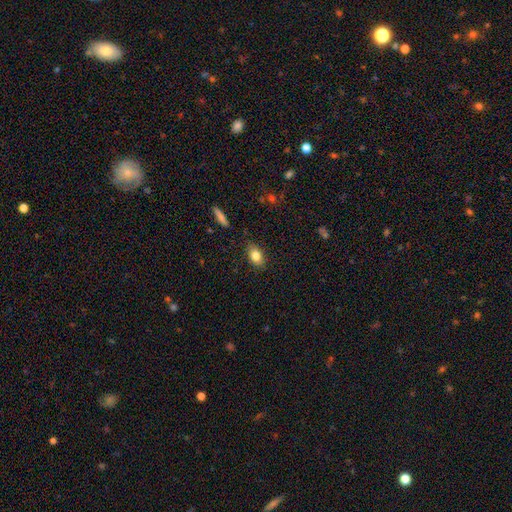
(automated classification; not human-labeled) The model was most divided on "smooth or featured": smooth: 81%, featured or disk: 11%, star or artifact: 9%. More confident: how rounded — in between (85%); merging — none (84%).